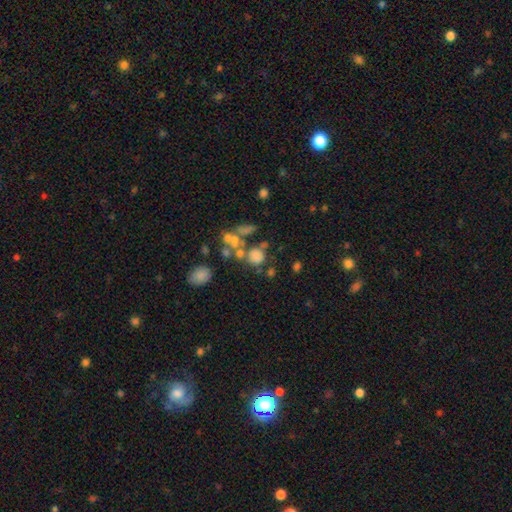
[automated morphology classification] smooth 60%, featured or disk 20%, star or artifact 19%. Down the decision tree: how rounded — round (73%); merging — none (41%).